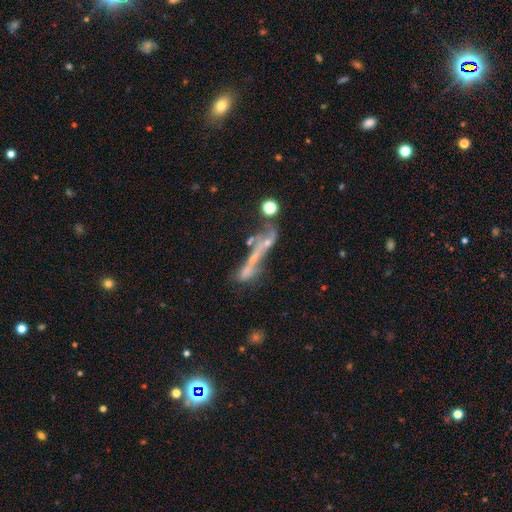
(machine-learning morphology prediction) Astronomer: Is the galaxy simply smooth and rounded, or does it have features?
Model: featured or disk — 52% (runner-up: smooth, 27%).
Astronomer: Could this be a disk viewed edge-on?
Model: no — 51% (runner-up: yes, 49%).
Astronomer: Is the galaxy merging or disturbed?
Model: merger — 35% (runner-up: none, 32%).